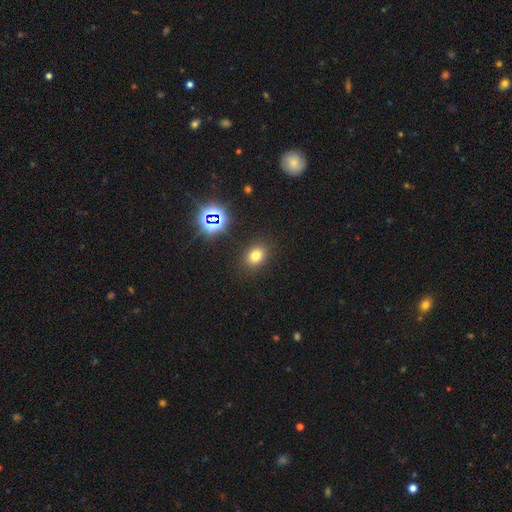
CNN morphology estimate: Smooth or featured? Predicted: smooth (p=0.72). How rounded? Predicted: in between (p=0.51). Merging? Predicted: none (p=0.86).